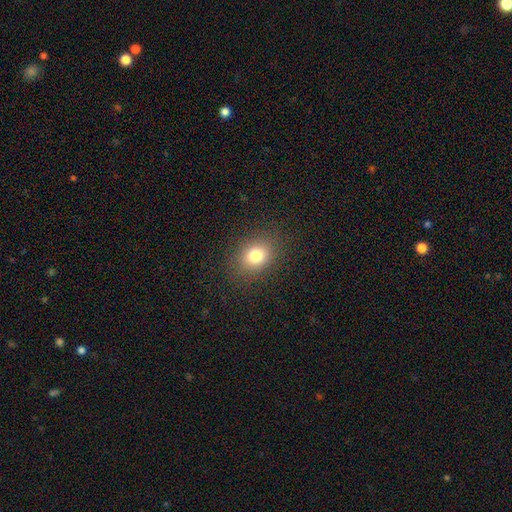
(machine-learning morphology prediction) A smooth galaxy with no disk features (79%) that is round (53%). Merging: none (87%).